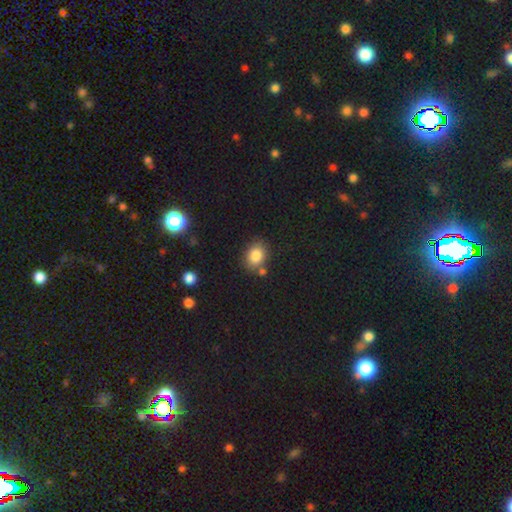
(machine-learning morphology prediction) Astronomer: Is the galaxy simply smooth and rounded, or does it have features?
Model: smooth — 83%.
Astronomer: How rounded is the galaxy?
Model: in between — 54% (runner-up: round, 45%).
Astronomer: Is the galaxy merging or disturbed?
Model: none — 73%.